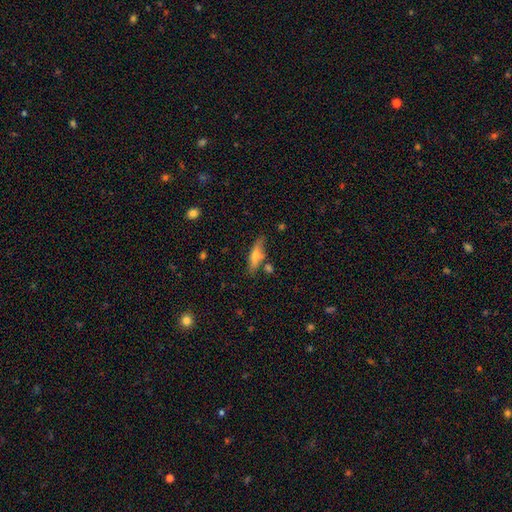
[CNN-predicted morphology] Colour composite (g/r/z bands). It shows a smooth galaxy with no disk features (55%) that is cigar-shaped (59%). Merging: none (71%).